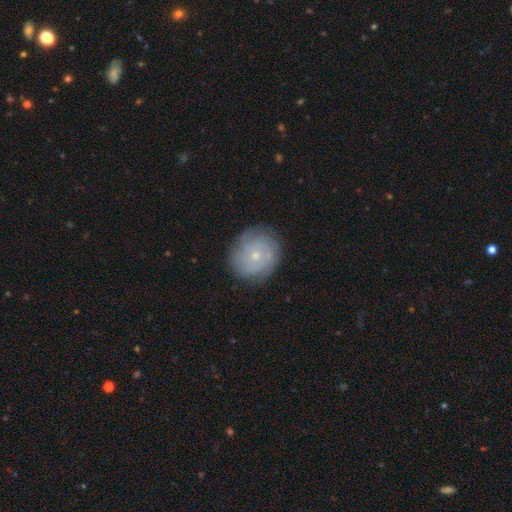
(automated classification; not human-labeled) Smooth or featured?
  - featured or disk: 63% *
  - smooth: 28%
  - star or artifact: 8%
Edge-on disk?
  - no: 97% *
  - yes: 3%
Bar?
  - no: 83% *
  - weak: 14%
  - strong: 2%
Spiral arms?
  - yes: 84% *
  - no: 16%
Spiral winding?
  - tight: 71% *
  - medium: 22%
  - loose: 7%
Spiral arm count?
  - can't tell: 47% *
  - 2: 16%
  - 3: 15%
  - 4: 10%
  - more than 4: 6%
  - 1: 6%
Bulge size?
  - small: 72% *
  - moderate: 24%
  - none: 1%
  - large: 1%
  - dominant: 1%
Merging?
  - none: 80% *
  - minor disturbance: 14%
  - major disturbance: 4%
  - merger: 1%